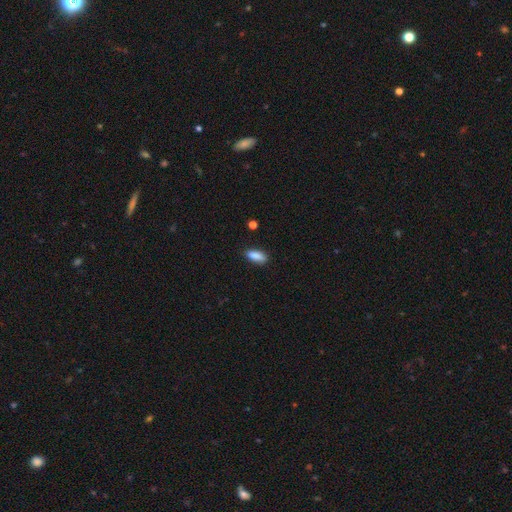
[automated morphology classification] Smooth or featured? smooth (88%)
How rounded? in between (76%)
Merging? none (83%)